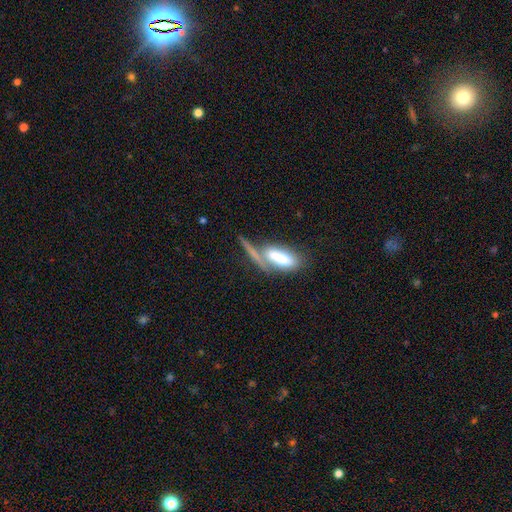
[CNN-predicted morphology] This is possibly a smooth galaxy (56%). How rounded: likely in between (67%). Merging: possibly merger (48%).